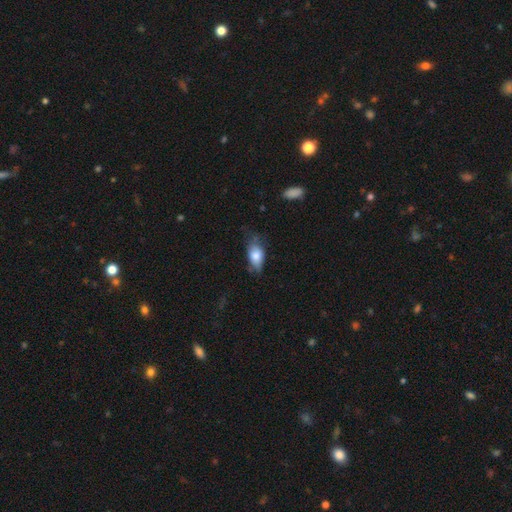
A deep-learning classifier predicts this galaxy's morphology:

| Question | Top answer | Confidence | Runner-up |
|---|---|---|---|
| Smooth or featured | smooth | 76% | featured or disk (17%) |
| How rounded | in between | 87% | cigar-shaped (7%) |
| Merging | none | 53% | minor disturbance (34%) |